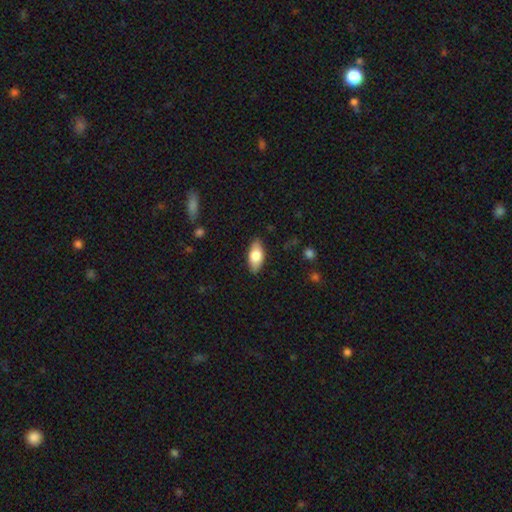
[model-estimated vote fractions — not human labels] The model was most divided on "smooth or featured": smooth: 76%, featured or disk: 18%, star or artifact: 6%. More confident: how rounded — in between (89%); merging — none (86%).